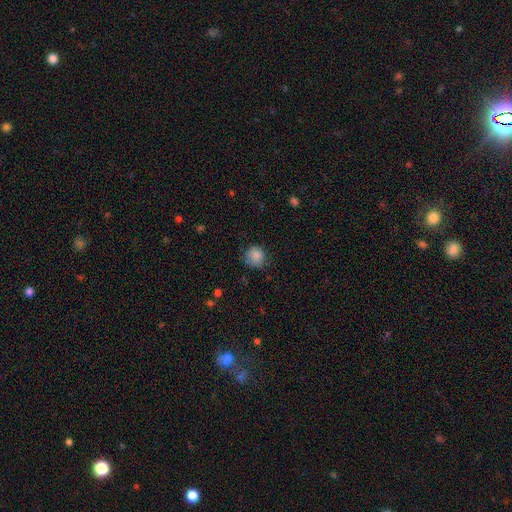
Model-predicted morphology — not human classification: This is clearly a smooth galaxy (85%). How rounded: clearly round (85%). Merging: likely none (68%).